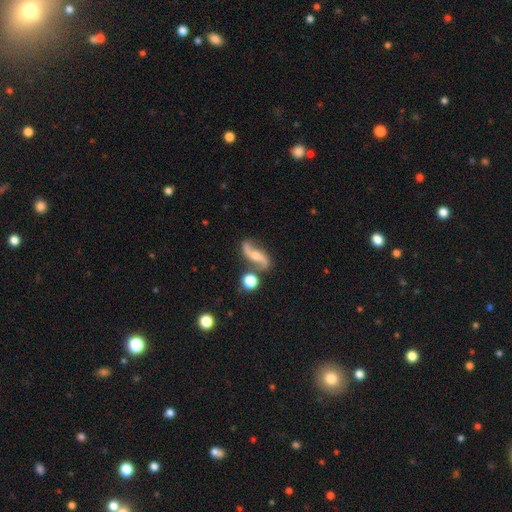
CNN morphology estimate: This is clearly a featured or disk galaxy (84%). It is clearly not viewed edge-on (93%). Bar: possibly no (53%). Spiral arm pattern: clearly yes (95%). Spiral arm count: clearly 2 (94%). Spiral winding: clearly loose (84%). Central bulge: possibly moderate (47%). Merging: likely none (72%).